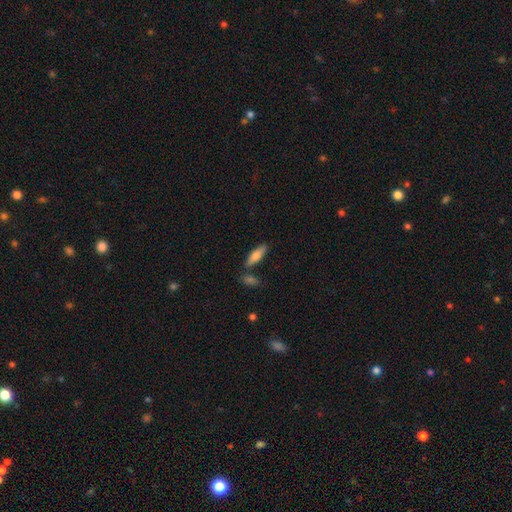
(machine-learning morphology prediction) A smooth galaxy with no disk features (73%) that is cigar-shaped (53%).

Vote fractions:
- Smooth or featured? smooth: 73% / featured or disk: 21% / star or artifact: 6%
- How rounded? cigar-shaped: 53% / in between: 44% / round: 2%
- Merging? none: 75% / minor disturbance: 12% / merger: 11% / major disturbance: 3%